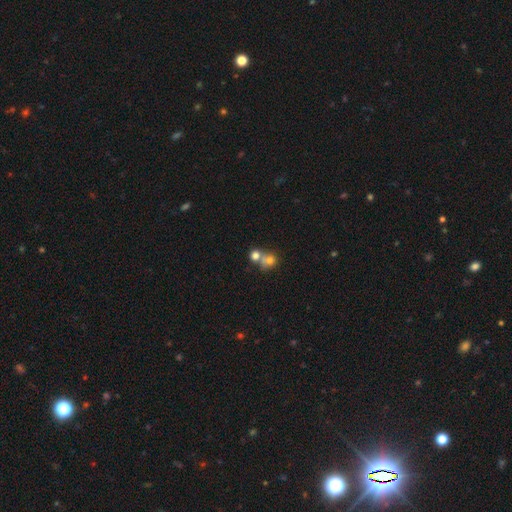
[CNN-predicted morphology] Smooth or featured? Predicted: smooth (p=0.72). How rounded? Predicted: round (p=0.81). Merging? Predicted: merger (p=0.53).